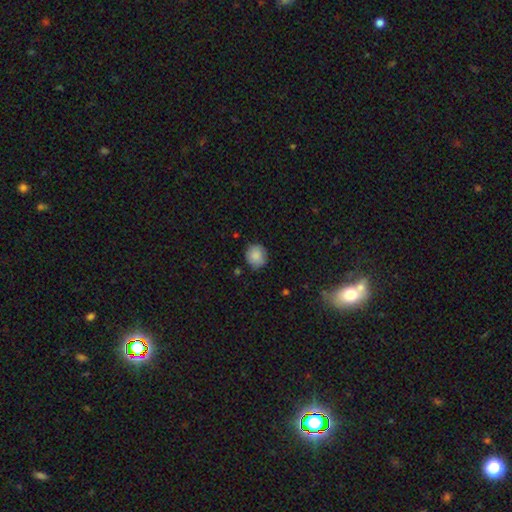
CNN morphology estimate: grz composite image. It shows a smooth galaxy with no disk features (86%) that is round (86%). Merging: none (83%).